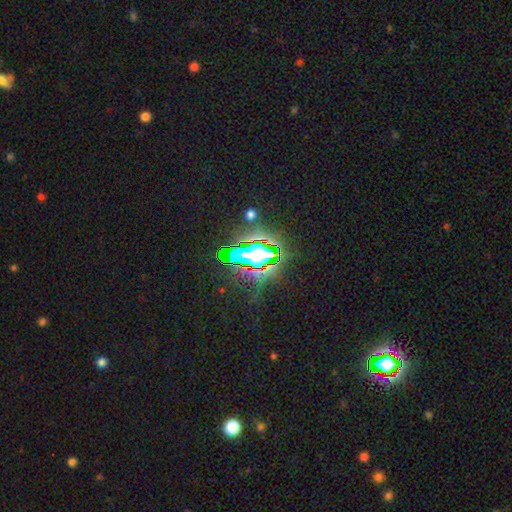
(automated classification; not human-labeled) The model was most divided on "smooth or featured": star or artifact: 74%, smooth: 15%, featured or disk: 11%.